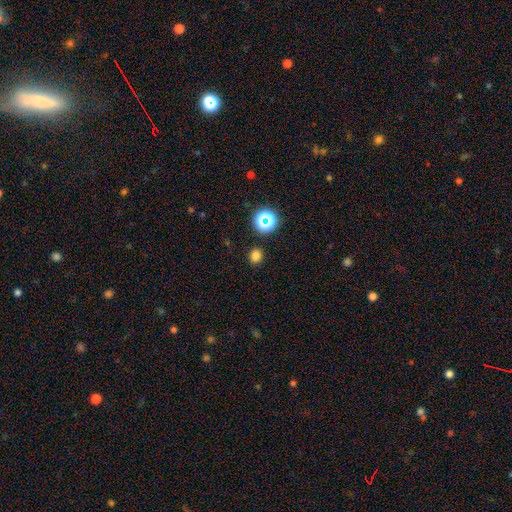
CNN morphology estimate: Smooth or featured? smooth (75%)
How rounded? round (74%)
Merging? none (89%)